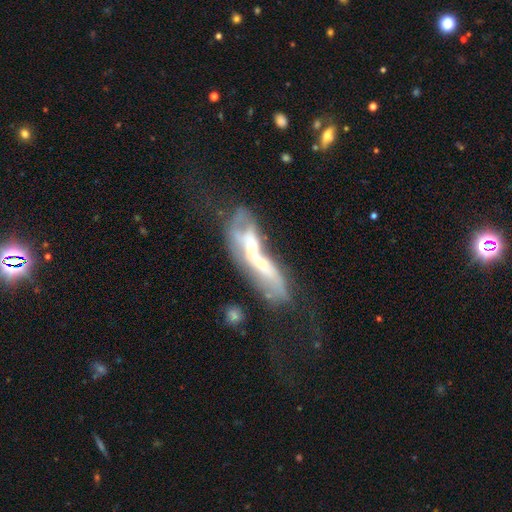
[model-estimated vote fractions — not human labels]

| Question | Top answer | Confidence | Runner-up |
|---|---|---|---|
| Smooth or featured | featured or disk | 64% | smooth (26%) |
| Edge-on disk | no | 74% | yes (26%) |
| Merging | merger | 41% | major disturbance (30%) |